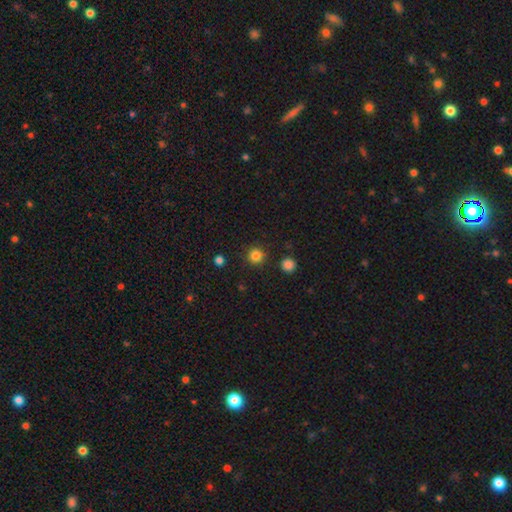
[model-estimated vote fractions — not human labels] smooth_or_featured: smooth (p=0.84) [alt: star or artifact p=0.13]
how_rounded: round (p=0.95) [alt: in between p=0.04]
merging: none (p=0.90) [alt: minor disturbance p=0.05]